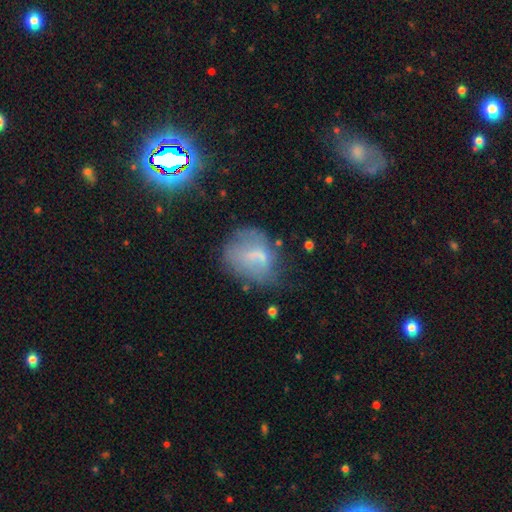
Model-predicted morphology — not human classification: This appears to be a smooth galaxy with no disk features (52%) that is in between round and cigar-shaped (54%). Merging: none (42%).